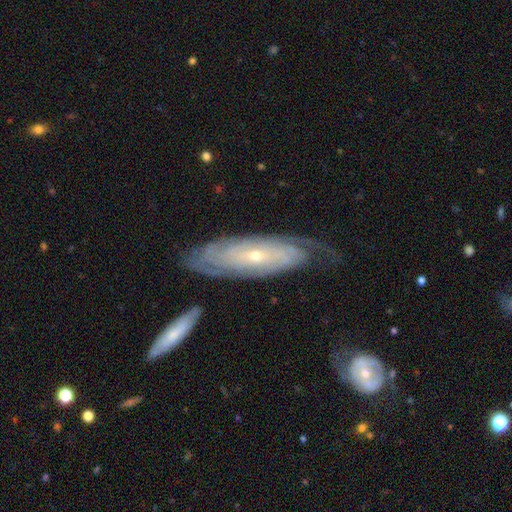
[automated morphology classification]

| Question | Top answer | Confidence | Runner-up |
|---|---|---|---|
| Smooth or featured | featured or disk | 79% | smooth (15%) |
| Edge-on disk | no | 84% | yes (16%) |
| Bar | no | 74% | weak (19%) |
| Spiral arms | yes | 89% | no (11%) |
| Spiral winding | tight | 76% | medium (18%) |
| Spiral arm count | can't tell | 60% | 2 (17%) |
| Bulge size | small | 71% | moderate (26%) |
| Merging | none | 68% | minor disturbance (20%) |